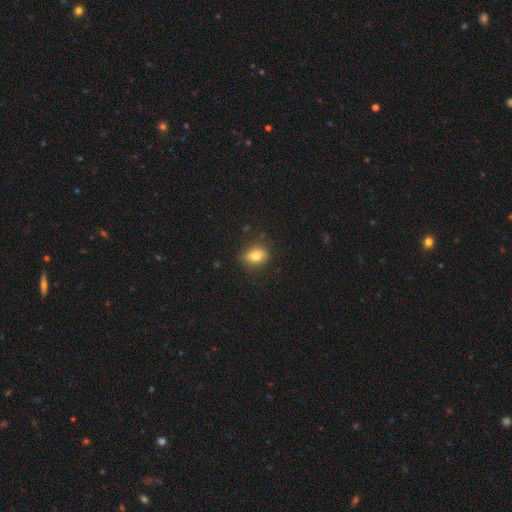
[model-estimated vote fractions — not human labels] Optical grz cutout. It shows a smooth galaxy with no disk features (77%) that is in between round and cigar-shaped (50%). Merging: none (76%).